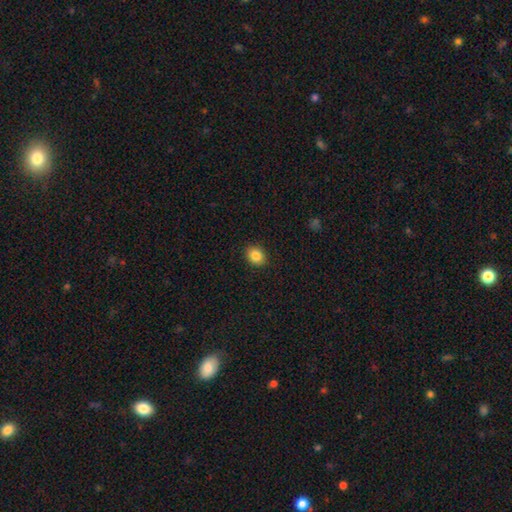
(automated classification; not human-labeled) smooth 85%, star or artifact 10%, featured or disk 5%. Down the decision tree: how rounded — round (55%); merging — none (91%).